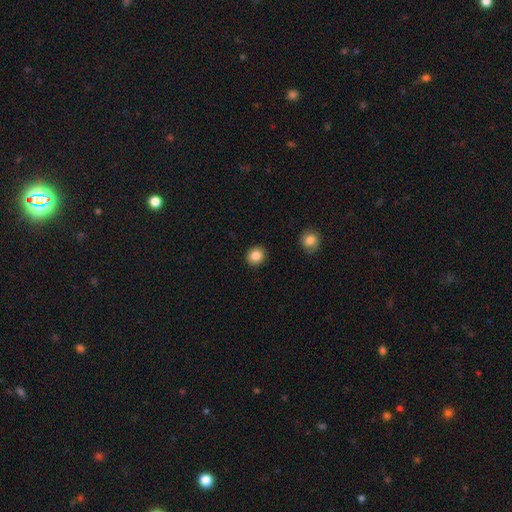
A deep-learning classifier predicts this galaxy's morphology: A smooth galaxy with no disk features (85%) that is round (82%). Merging: none (91%).